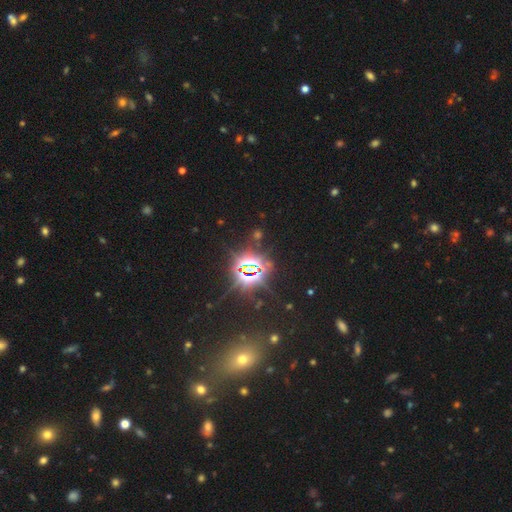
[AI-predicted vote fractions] Smooth or featured? Predicted: star or artifact (p=0.79).